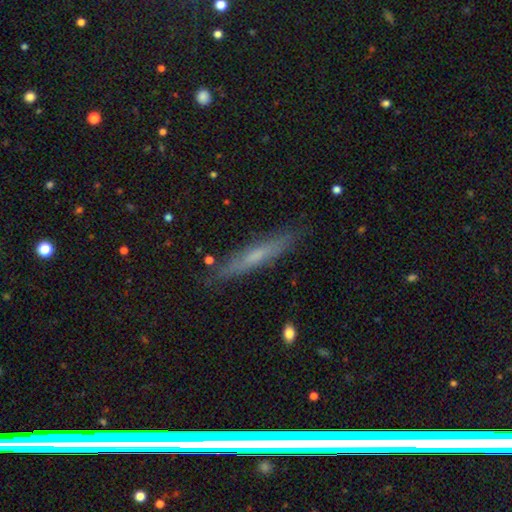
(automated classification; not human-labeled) Smooth or featured: smooth — 51% (featured or disk — 42%)
How rounded: cigar-shaped — 92% (in between — 6%)
Merging: none — 85% (minor disturbance — 11%)